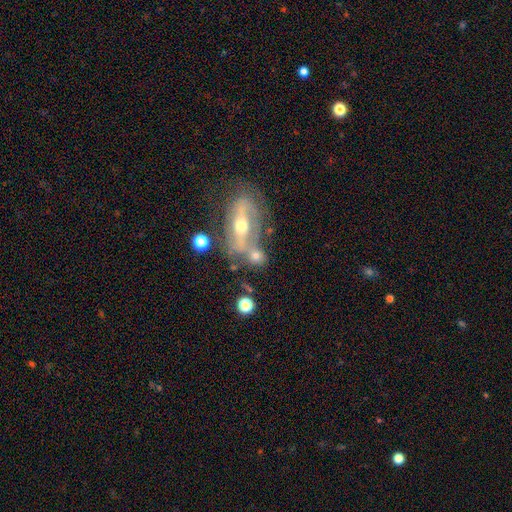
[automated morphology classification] smooth 51%, featured or disk 37%, star or artifact 12%. Down the decision tree: how rounded — round (48%); merging — none (49%).